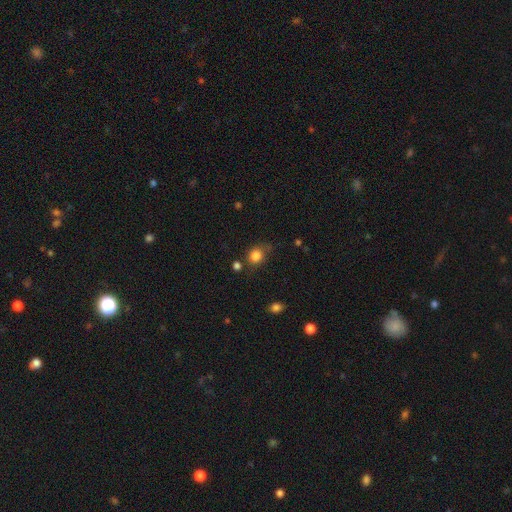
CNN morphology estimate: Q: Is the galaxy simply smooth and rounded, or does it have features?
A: smooth — 83%.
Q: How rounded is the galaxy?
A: round — 68%.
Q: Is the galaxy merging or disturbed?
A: none — 65%.